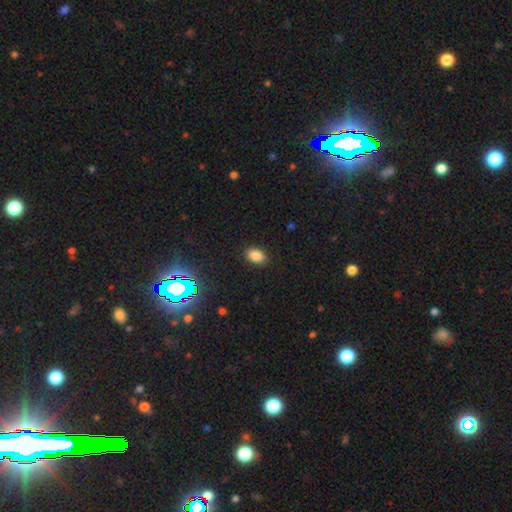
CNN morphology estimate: A smooth galaxy with no disk features (83%) that is in between round and cigar-shaped (87%).

Vote fractions:
- Smooth or featured? smooth: 83% / star or artifact: 12% / featured or disk: 4%
- How rounded? in between: 87% / round: 12% / cigar-shaped: 1%
- Merging? none: 88% / minor disturbance: 8% / major disturbance: 2% / merger: 1%